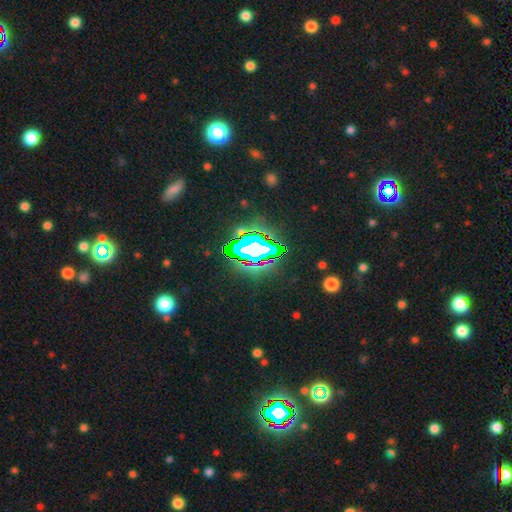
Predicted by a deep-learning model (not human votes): smooth_or_featured: star or artifact (p=0.69) [alt: smooth p=0.17]